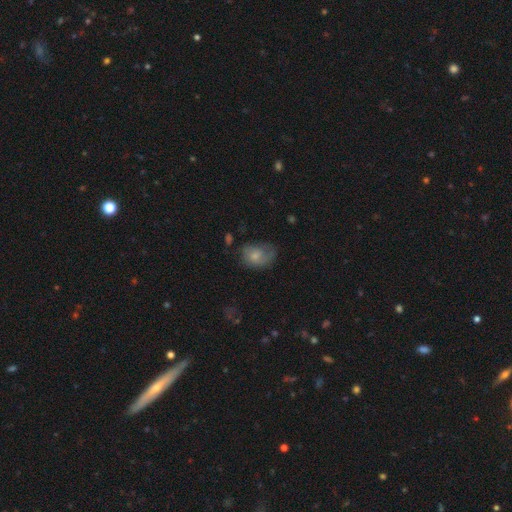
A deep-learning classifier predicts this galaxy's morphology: The model was most divided on "merging": none: 42%, minor disturbance: 32%, major disturbance: 24%, merger: 3%. More confident: how rounded — in between (68%); smooth or featured — smooth (63%).